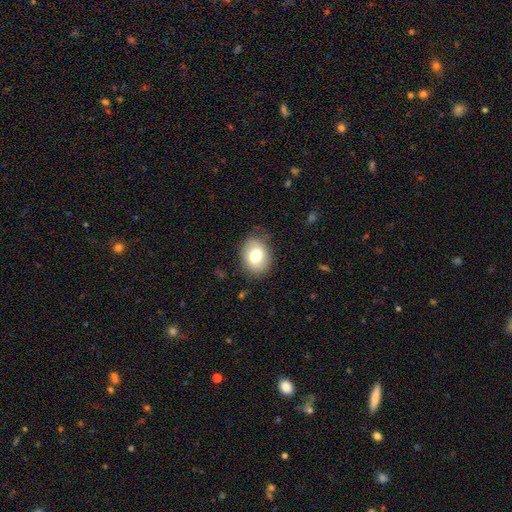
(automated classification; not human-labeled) A smooth galaxy with no disk features (76%) that is in between round and cigar-shaped (65%).

Vote fractions:
- Smooth or featured? smooth: 76% / featured or disk: 16% / star or artifact: 8%
- How rounded? in between: 65% / round: 34% / cigar-shaped: 1%
- Merging? none: 79% / minor disturbance: 16% / major disturbance: 4% / merger: 1%